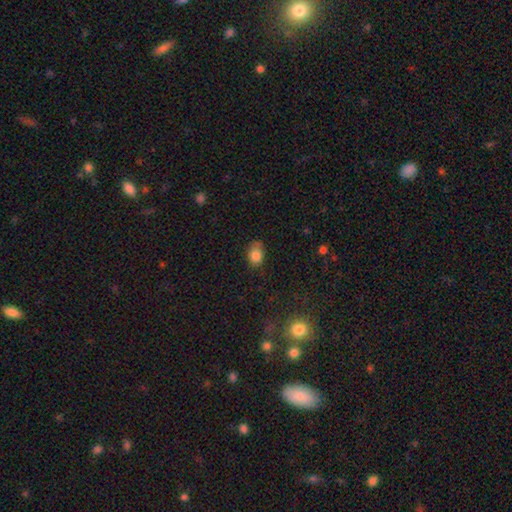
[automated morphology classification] Q: Smooth or featured?
A: smooth (82%); runner-up: star or artifact (10%)
Q: How rounded?
A: in between (69%); runner-up: round (30%)
Q: Merging?
A: none (59%); runner-up: minor disturbance (31%)